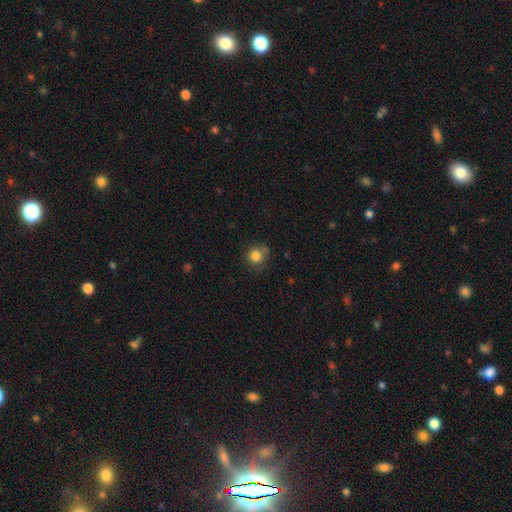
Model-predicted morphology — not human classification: This appears to be a smooth galaxy with no disk features (82%) that is round (89%). Merging: none (67%).